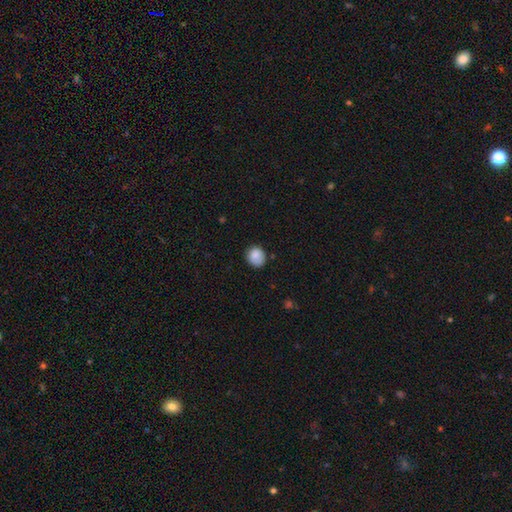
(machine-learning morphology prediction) Q: Smooth or featured?
A: smooth (85%); runner-up: star or artifact (9%)
Q: How rounded?
A: round (77%); runner-up: in between (22%)
Q: Merging?
A: none (74%); runner-up: minor disturbance (20%)